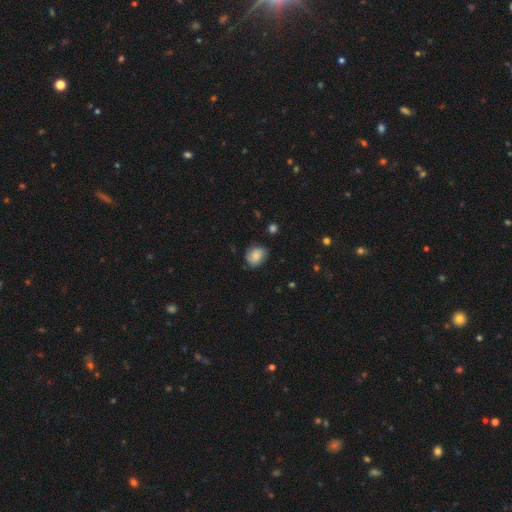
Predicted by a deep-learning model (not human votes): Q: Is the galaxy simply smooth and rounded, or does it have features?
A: smooth — 77%.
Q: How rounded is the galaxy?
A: round — 50%.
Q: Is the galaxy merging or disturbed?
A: none — 73%.